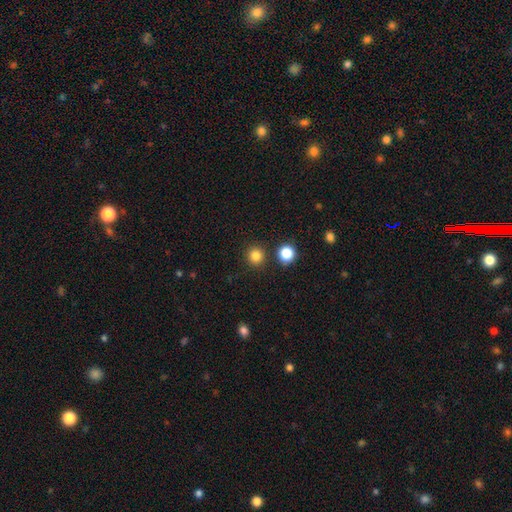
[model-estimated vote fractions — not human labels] This is clearly a smooth galaxy (83%). How rounded: clearly round (93%). Merging: clearly none (89%).